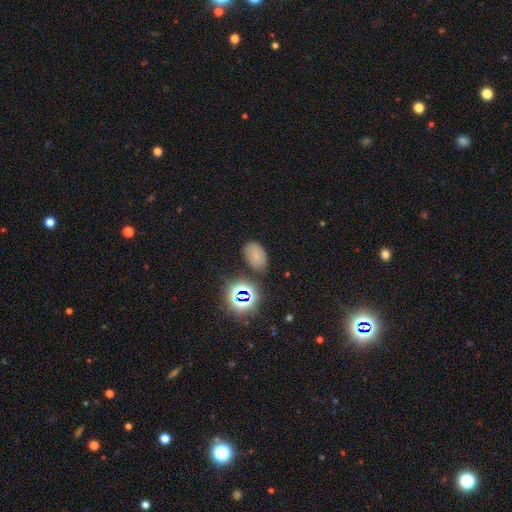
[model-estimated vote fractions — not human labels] Smooth or featured?
  - smooth: 63% *
  - star or artifact: 27%
  - featured or disk: 11%
How rounded?
  - in between: 86% *
  - round: 12%
  - cigar-shaped: 1%
Merging?
  - none: 74% *
  - minor disturbance: 16%
  - major disturbance: 5%
  - merger: 4%